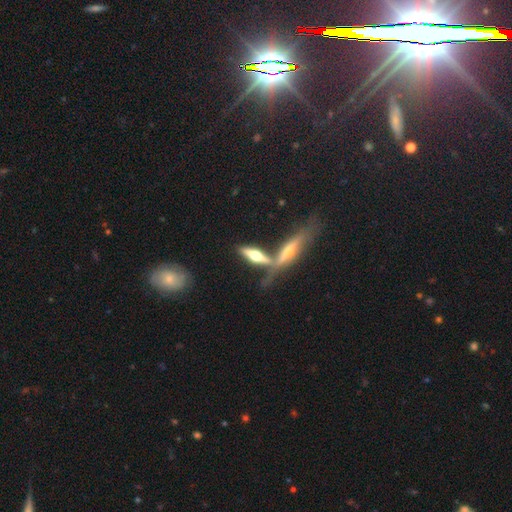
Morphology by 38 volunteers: Smooth or featured? 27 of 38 (71%) said featured or disk. Edge-on disk? 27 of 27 (100%) said yes. Edge-on bulge? 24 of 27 (89%) said rounded. Merging? 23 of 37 (62%) said none.